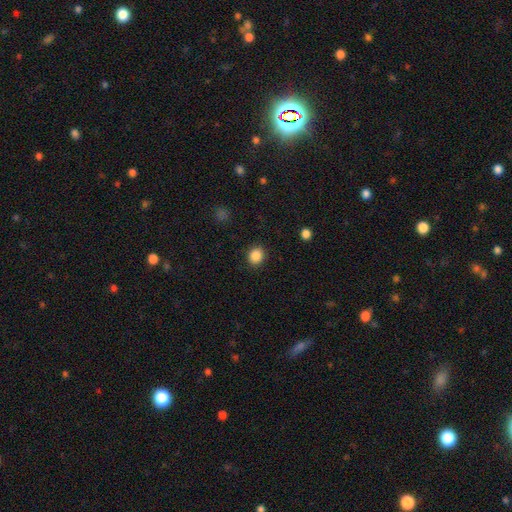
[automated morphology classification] type=smooth (87%); roundness=round (69%); merging=none (89%).